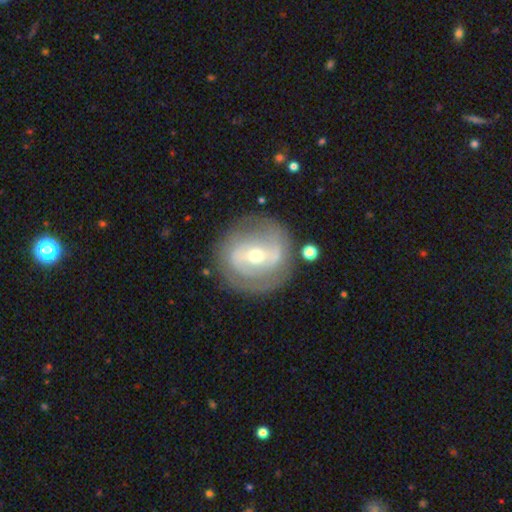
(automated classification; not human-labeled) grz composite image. It shows a featured or disk galaxy (72%) with a weak bar (38%), spiral arms (70%) and a small central bulge (52%). Merging: none (76%).